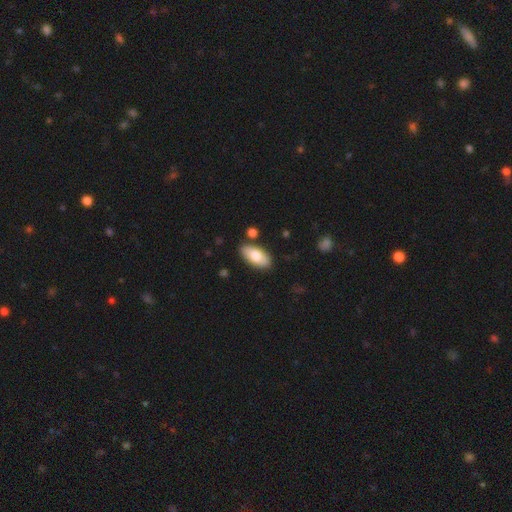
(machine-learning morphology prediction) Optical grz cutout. It shows a smooth galaxy with no disk features (74%) that is in between round and cigar-shaped (92%). Merging: none (83%).